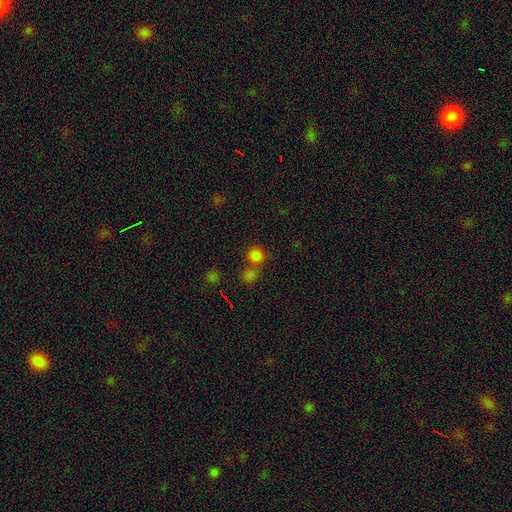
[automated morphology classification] The model was most divided on "merging": none: 56%, merger: 32%, minor disturbance: 8%, major disturbance: 4%. More confident: how rounded — round (88%); smooth or featured — smooth (76%).